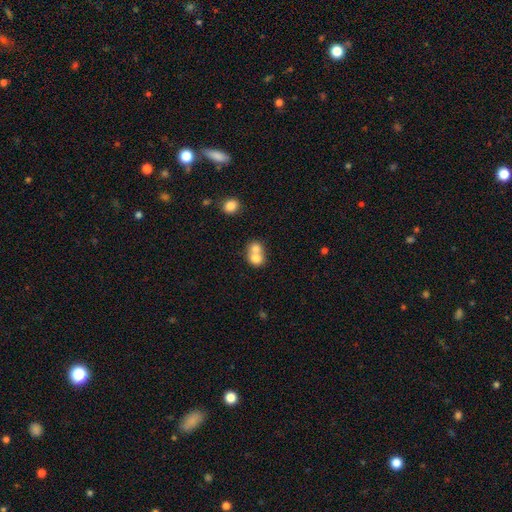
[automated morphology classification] Smooth or featured?
  - smooth: 74% *
  - featured or disk: 17%
  - star or artifact: 9%
How rounded?
  - round: 72% *
  - in between: 27%
  - cigar-shaped: 1%
Merging?
  - merger: 69% *
  - none: 24%
  - minor disturbance: 4%
  - major disturbance: 2%